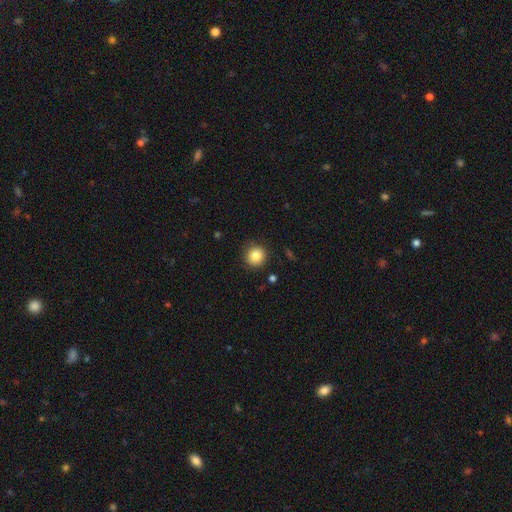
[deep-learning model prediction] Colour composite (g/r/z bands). It shows a smooth galaxy with no disk features (86%) that is round (92%). Merging: none (86%).